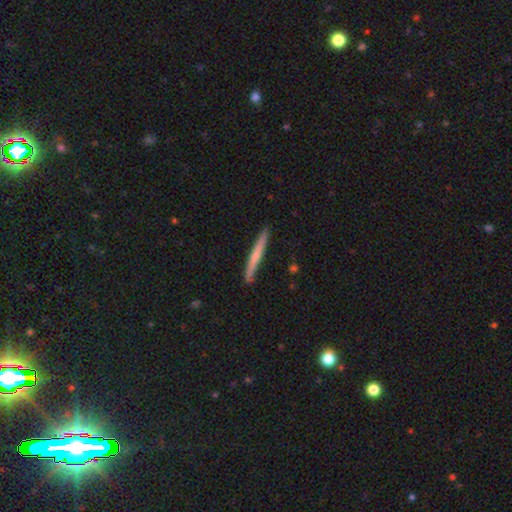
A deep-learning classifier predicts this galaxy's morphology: Smooth or featured: smooth — 56% (featured or disk — 39%)
How rounded: cigar-shaped — 97% (in between — 2%)
Merging: none — 87% (minor disturbance — 10%)